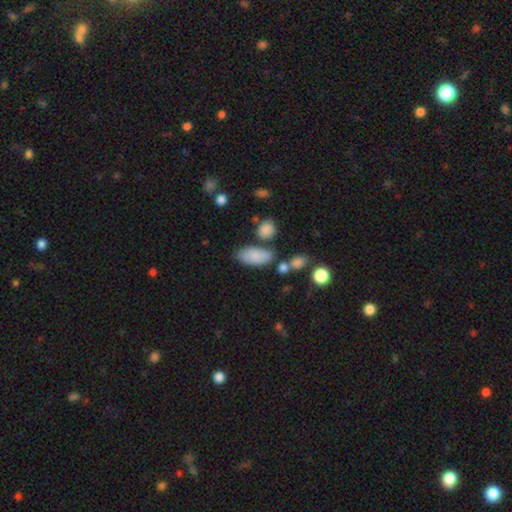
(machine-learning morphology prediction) A smooth galaxy with no disk features (83%) that is in between round and cigar-shaped (90%).

Vote fractions:
- Smooth or featured? smooth: 83% / featured or disk: 10% / star or artifact: 7%
- How rounded? in between: 90% / cigar-shaped: 7% / round: 3%
- Merging? none: 67% / minor disturbance: 16% / merger: 12% / major disturbance: 5%